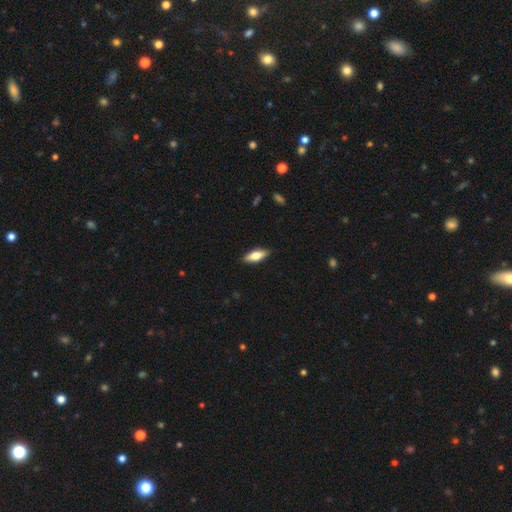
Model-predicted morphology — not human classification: The model was most divided on "how rounded": in between: 65%, cigar-shaped: 33%, round: 2%. More confident: merging — none (89%); smooth or featured — smooth (67%).